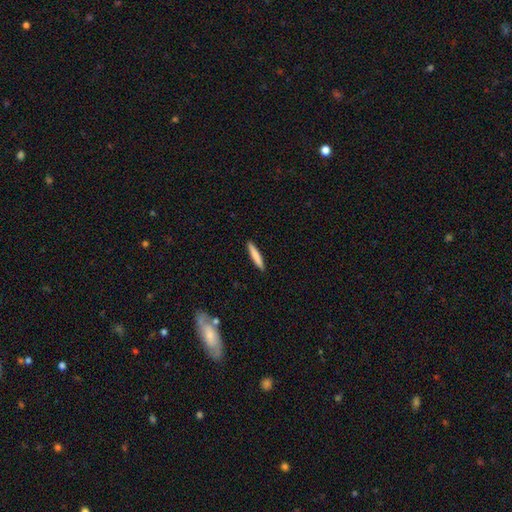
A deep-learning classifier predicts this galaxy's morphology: The model was most divided on "smooth or featured": smooth: 80%, featured or disk: 15%, star or artifact: 5%. More confident: how rounded — cigar-shaped (93%); merging — none (92%).